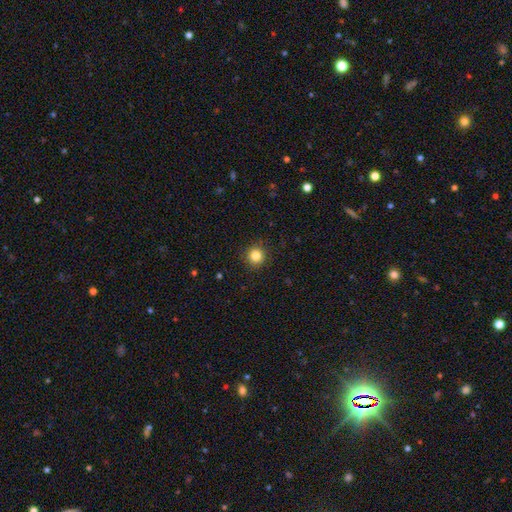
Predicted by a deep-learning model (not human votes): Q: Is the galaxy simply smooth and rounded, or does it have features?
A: smooth — 83%.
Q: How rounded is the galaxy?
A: round — 95%.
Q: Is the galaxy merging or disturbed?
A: none — 91%.